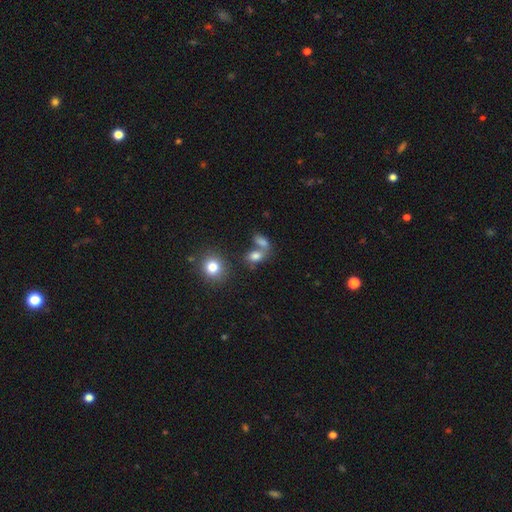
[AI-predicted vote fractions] smooth-or-featured: smooth: 76% | star or artifact: 13% | featured or disk: 11%
  how-rounded: in between: 71% | round: 25% | cigar-shaped: 4%
  merging: merger: 45% | none: 37% | minor disturbance: 10% | major disturbance: 7%